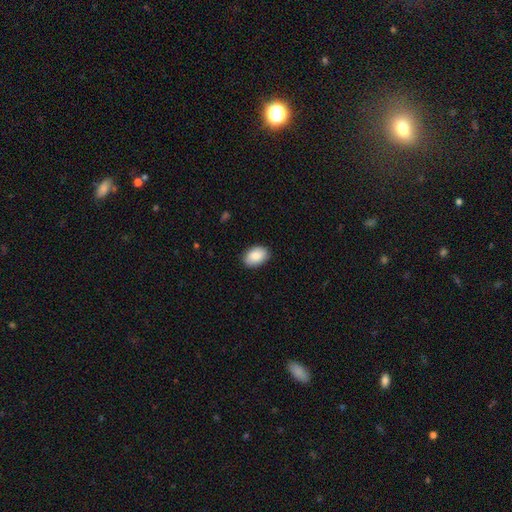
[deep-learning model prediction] Smooth or featured? smooth (87%)
How rounded? in between (88%)
Merging? none (87%)